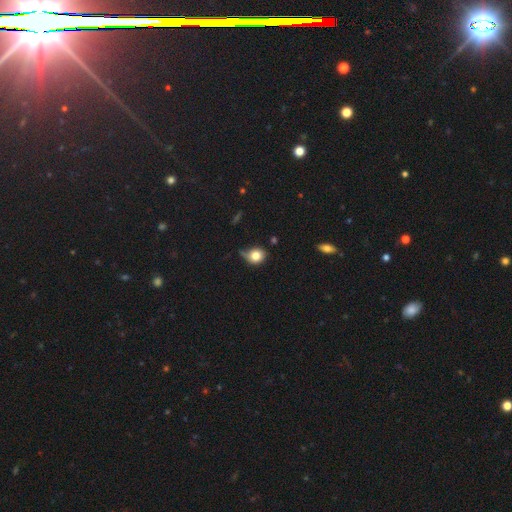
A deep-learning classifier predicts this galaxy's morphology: The model was most divided on "merging": none: 46%, minor disturbance: 36%, major disturbance: 13%, merger: 5%. More confident: smooth or featured — smooth (79%); how rounded — round (66%).